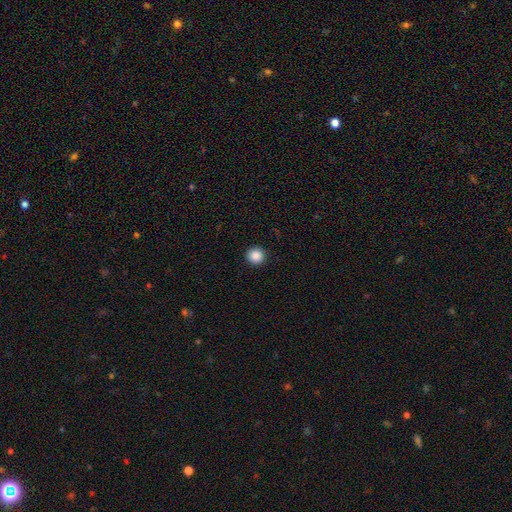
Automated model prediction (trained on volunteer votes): smooth_or_featured: smooth (p=0.88) [alt: star or artifact p=0.09]
how_rounded: round (p=0.95) [alt: in between p=0.04]
merging: none (p=0.93) [alt: minor disturbance p=0.05]